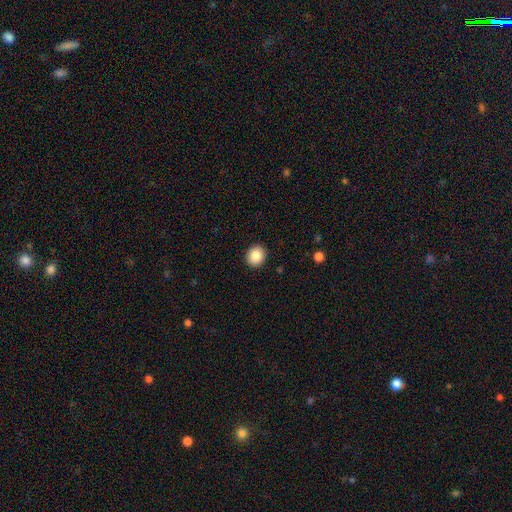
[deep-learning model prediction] Smooth or featured? smooth (87%)
How rounded? round (77%)
Merging? none (92%)